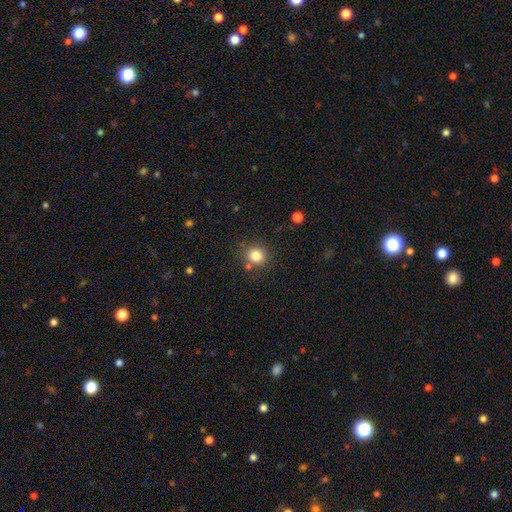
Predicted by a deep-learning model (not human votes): smooth-or-featured: smooth: 82% | star or artifact: 12% | featured or disk: 6%
  how-rounded: round: 90% | in between: 9% | cigar-shaped: 1%
  merging: none: 79% | minor disturbance: 10% | merger: 8% | major disturbance: 4%